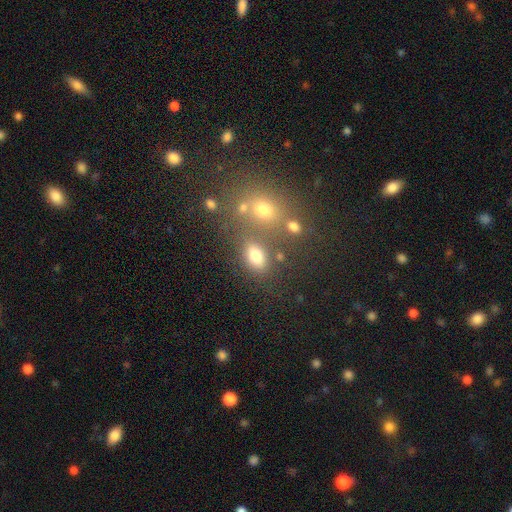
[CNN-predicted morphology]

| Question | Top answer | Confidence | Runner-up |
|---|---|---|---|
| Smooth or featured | smooth | 75% | star or artifact (15%) |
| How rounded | in between | 76% | round (20%) |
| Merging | none | 62% | merger (18%) |